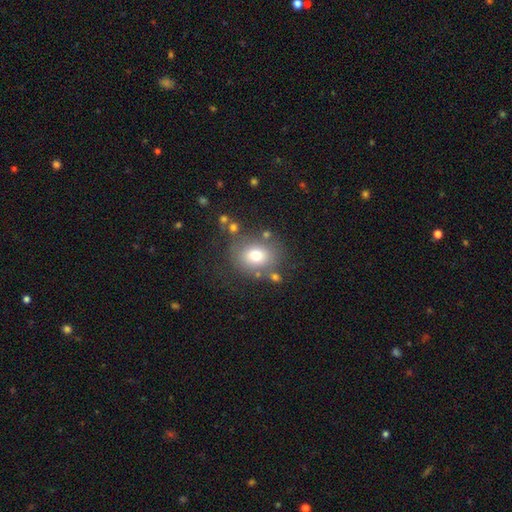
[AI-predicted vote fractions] Smooth or featured: smooth — 73% (featured or disk — 15%)
How rounded: round — 60% (in between — 39%)
Merging: none — 71% (minor disturbance — 15%)